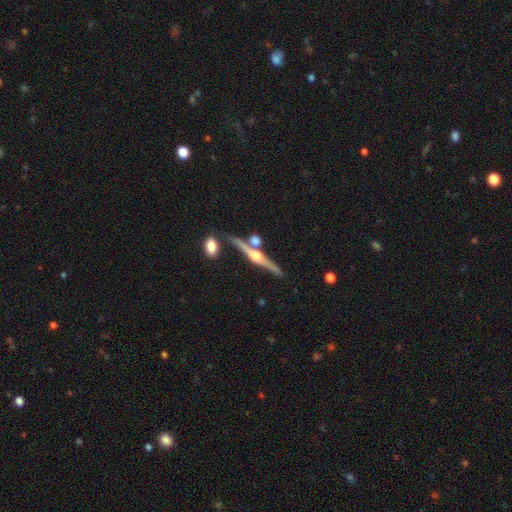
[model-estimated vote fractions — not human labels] Overall: featured or disk (83%). Edge-on disk: yes (97%). Edge-on bulge: rounded (95%). Merging: none (77%).